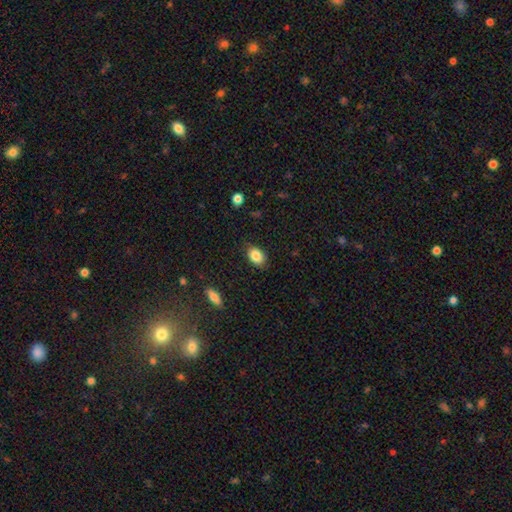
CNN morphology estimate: Smooth or featured: smooth — 86% (star or artifact — 8%)
How rounded: in between — 83% (round — 16%)
Merging: none — 84% (minor disturbance — 12%)